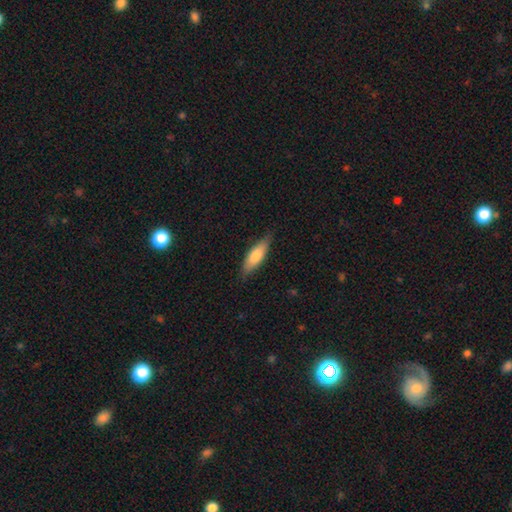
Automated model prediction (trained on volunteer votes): The model was most divided on "how rounded": cigar-shaped: 51%, in between: 48%, round: 2%. More confident: merging — none (82%); smooth or featured — smooth (73%).